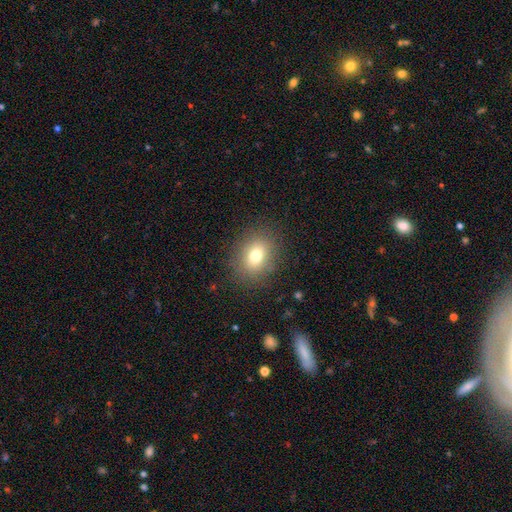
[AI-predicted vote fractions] This appears to be a smooth galaxy with no disk features (75%) that is round (51%). Merging: none (86%).